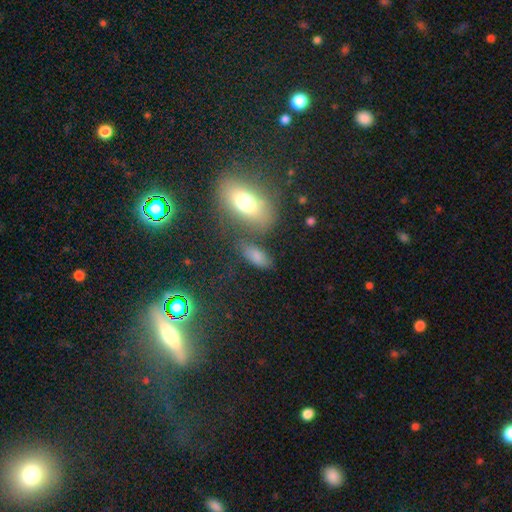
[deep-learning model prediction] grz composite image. It shows a smooth galaxy with no disk features (71%) that is in between round and cigar-shaped (84%). Merging: none (62%).